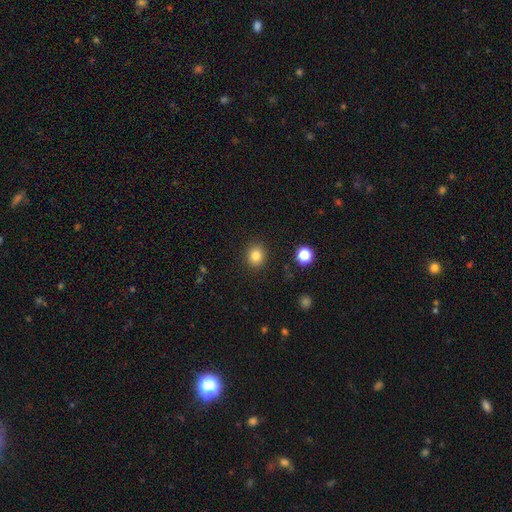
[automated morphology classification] A smooth galaxy with no disk features (83%) that is round (73%).

Vote fractions:
- Smooth or featured? smooth: 83% / star or artifact: 11% / featured or disk: 5%
- How rounded? round: 73% / in between: 26% / cigar-shaped: 1%
- Merging? none: 89% / minor disturbance: 7% / major disturbance: 2% / merger: 1%